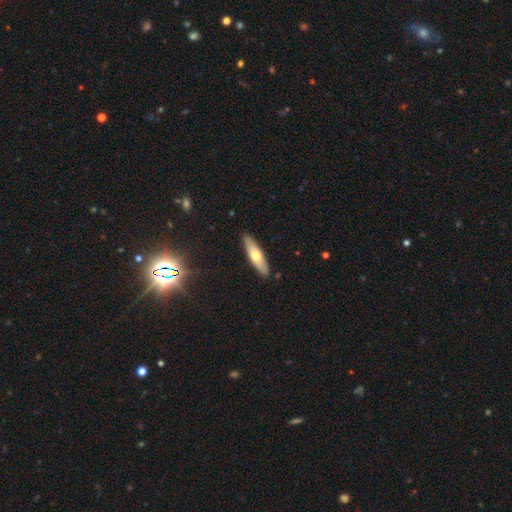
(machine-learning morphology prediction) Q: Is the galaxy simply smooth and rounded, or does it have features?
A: smooth — 58%.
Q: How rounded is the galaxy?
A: cigar-shaped — 64%.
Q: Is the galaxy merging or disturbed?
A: none — 89%.